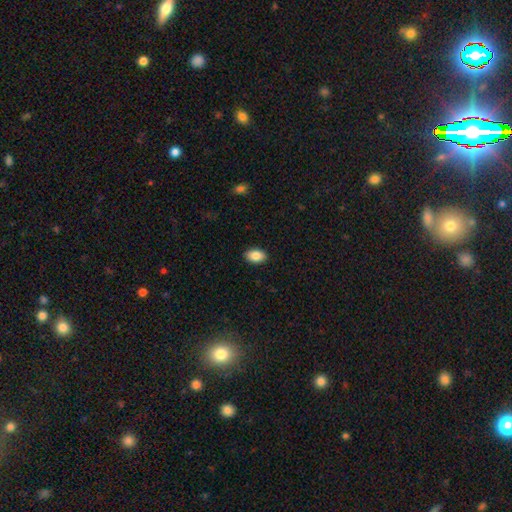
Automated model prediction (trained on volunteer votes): Smooth or featured? Predicted: smooth (p=0.87). How rounded? Predicted: in between (p=0.90). Merging? Predicted: none (p=0.90).